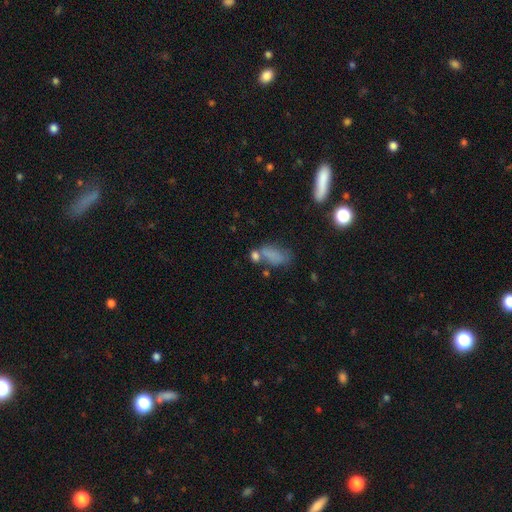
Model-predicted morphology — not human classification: smooth-or-featured: smooth: 65% | star or artifact: 19% | featured or disk: 17%
  how-rounded: in between: 70% | cigar-shaped: 19% | round: 10%
  merging: none: 46% | merger: 22% | minor disturbance: 20% | major disturbance: 13%